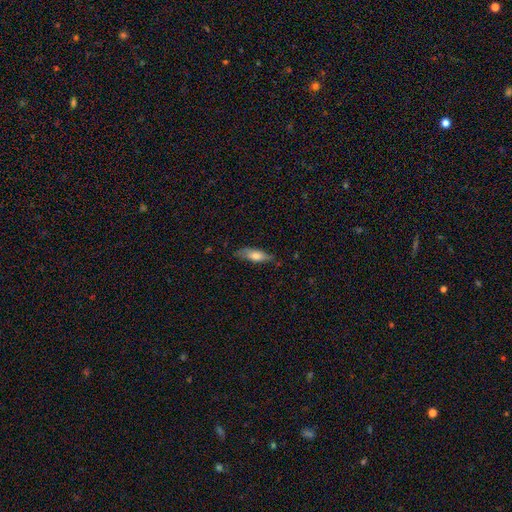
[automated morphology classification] smooth_or_featured: smooth (p=0.68) [alt: featured or disk p=0.26]
how_rounded: in between (p=0.54) [alt: cigar-shaped p=0.43]
merging: none (p=0.70) [alt: minor disturbance p=0.23]